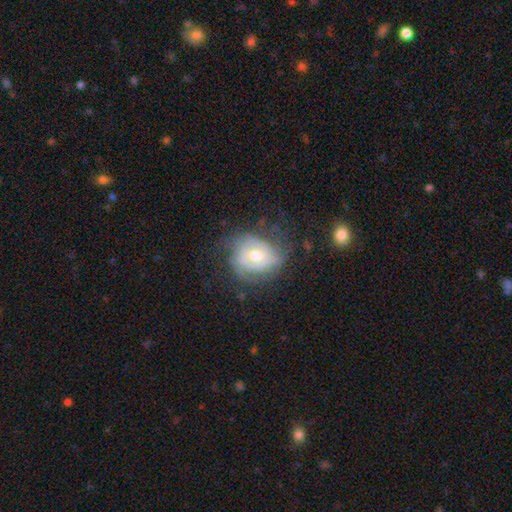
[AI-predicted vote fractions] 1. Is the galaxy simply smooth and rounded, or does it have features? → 62% featured or disk, 30% smooth, 8% star or artifact.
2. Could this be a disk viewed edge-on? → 96% no, 4% yes.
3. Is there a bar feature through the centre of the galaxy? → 57% no, 35% weak, 7% strong.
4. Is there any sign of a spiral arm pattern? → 75% yes, 25% no.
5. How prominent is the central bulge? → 68% moderate, 23% small, 6% large, 1% none, 1% dominant.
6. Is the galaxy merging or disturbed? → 53% none, 27% minor disturbance, 18% major disturbance, 2% merger.